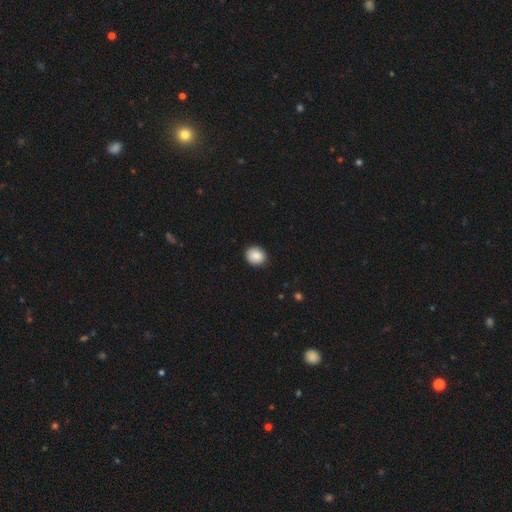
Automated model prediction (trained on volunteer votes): Morphology: type=smooth (86%); roundness=round (78%); merging=none (89%).